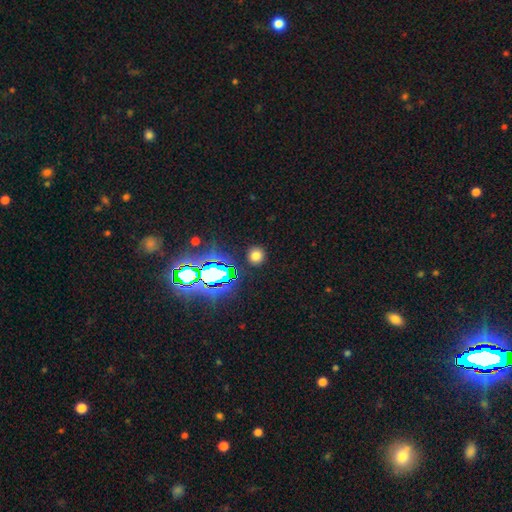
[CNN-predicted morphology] Smooth or featured? Predicted: smooth (p=0.70). How rounded? Predicted: round (p=0.90). Merging? Predicted: none (p=0.89).